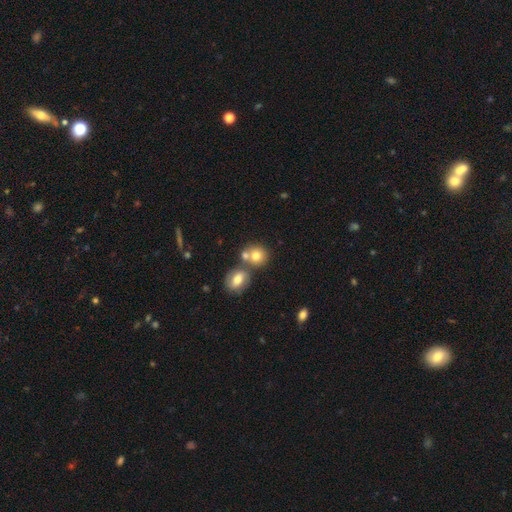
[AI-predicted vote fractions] smooth_or_featured: smooth (p=0.52) [alt: star or artifact p=0.31]
how_rounded: round (p=0.57) [alt: in between p=0.38]
merging: none (p=0.50) [alt: merger p=0.35]